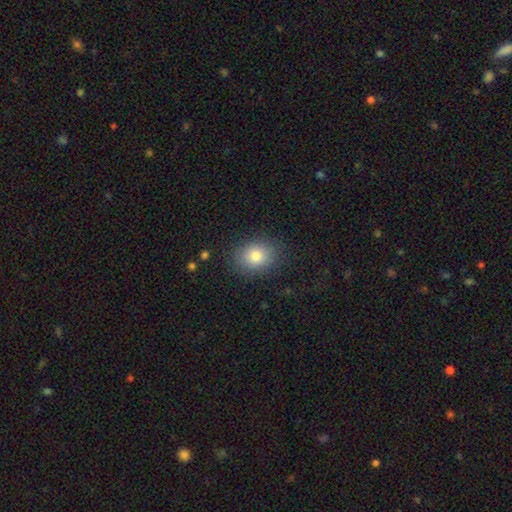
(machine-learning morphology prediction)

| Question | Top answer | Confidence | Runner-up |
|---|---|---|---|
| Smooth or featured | smooth | 81% | star or artifact (10%) |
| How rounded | in between | 55% | round (44%) |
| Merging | none | 85% | minor disturbance (10%) |